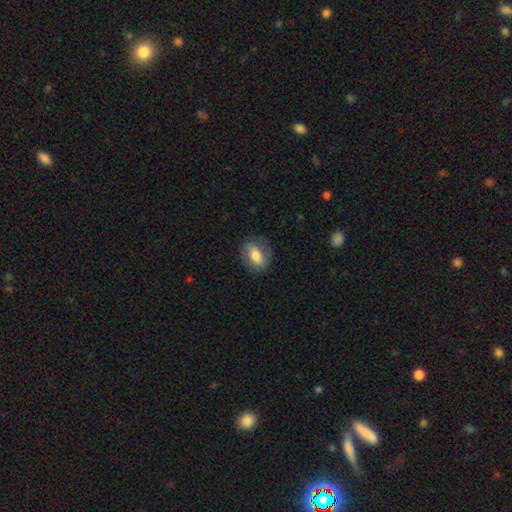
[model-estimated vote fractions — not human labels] smooth_or_featured: smooth (p=0.60) [alt: featured or disk p=0.33]
how_rounded: in between (p=0.72) [alt: round p=0.25]
merging: none (p=0.78) [alt: minor disturbance p=0.15]